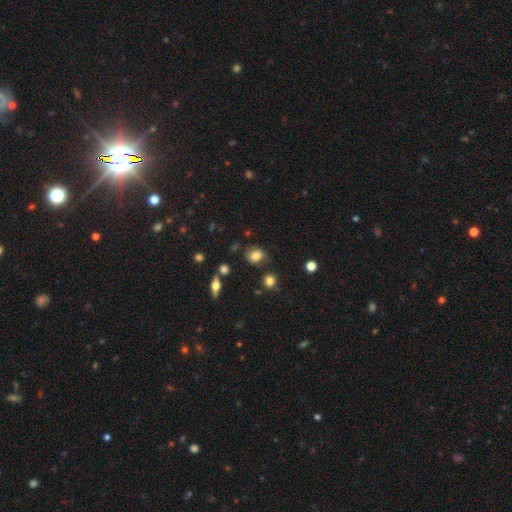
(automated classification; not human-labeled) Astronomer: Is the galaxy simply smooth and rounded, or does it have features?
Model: smooth — 79%.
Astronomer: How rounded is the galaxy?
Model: in between — 51% (runner-up: round, 47%).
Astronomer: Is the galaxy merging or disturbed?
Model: none — 72%.